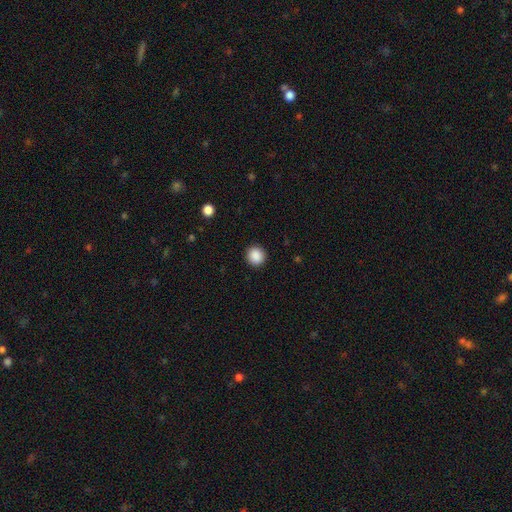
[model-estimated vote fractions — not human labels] smooth-or-featured: smooth: 88% | star or artifact: 9% | featured or disk: 3%
  how-rounded: round: 93% | in between: 6% | cigar-shaped: 1%
  merging: none: 92% | minor disturbance: 5% | major disturbance: 2% | merger: 1%